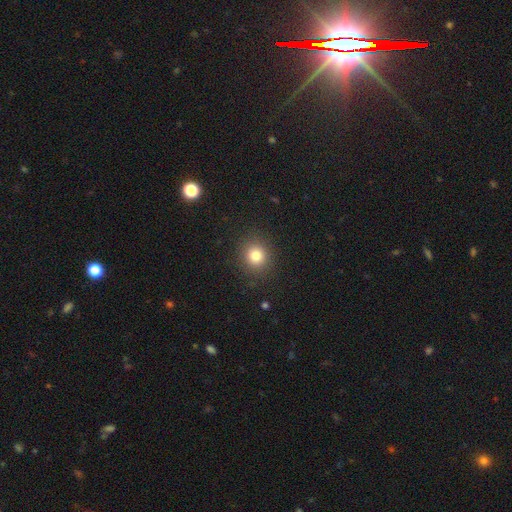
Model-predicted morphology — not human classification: The model was most divided on "smooth or featured": smooth: 81%, star or artifact: 12%, featured or disk: 6%. More confident: merging — none (89%); how rounded — round (86%).